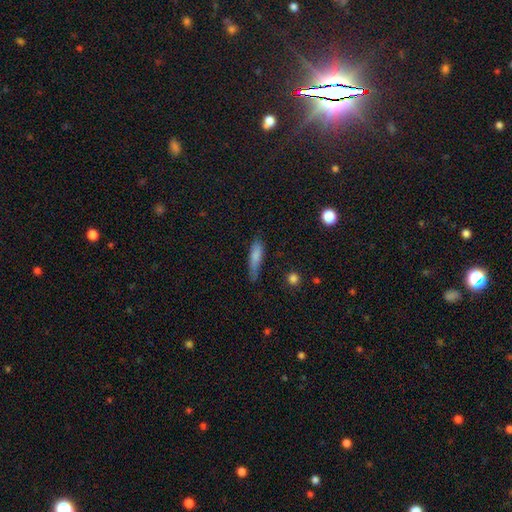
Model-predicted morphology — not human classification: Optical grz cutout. It shows a smooth galaxy with no disk features (77%) that is cigar-shaped (72%). Merging: none (57%).